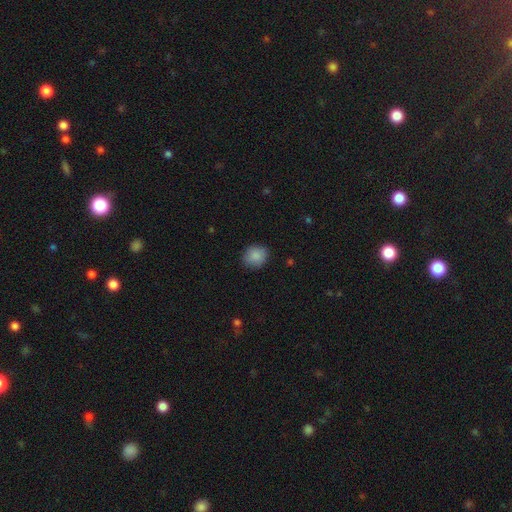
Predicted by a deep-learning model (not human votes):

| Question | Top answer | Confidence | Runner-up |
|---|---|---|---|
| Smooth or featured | smooth | 87% | star or artifact (8%) |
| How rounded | round | 77% | in between (23%) |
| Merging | none | 85% | minor disturbance (11%) |